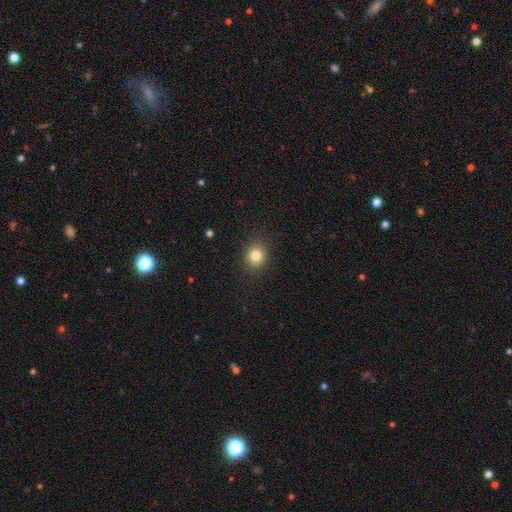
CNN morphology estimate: Smooth or featured? Predicted: smooth (p=0.81). How rounded? Predicted: round (p=0.75). Merging? Predicted: none (p=0.89).